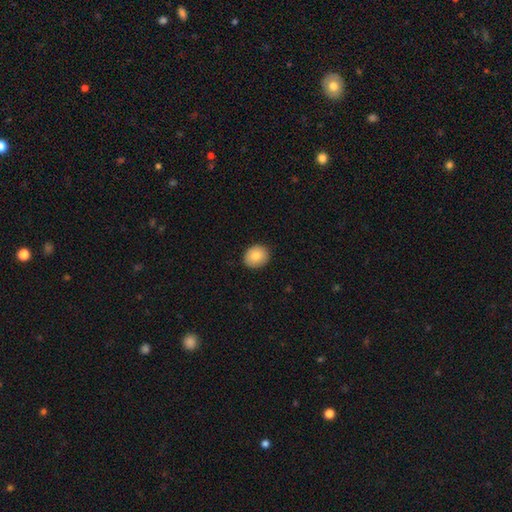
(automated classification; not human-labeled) This is clearly a smooth galaxy (83%). How rounded: likely round (70%). Merging: clearly none (90%).